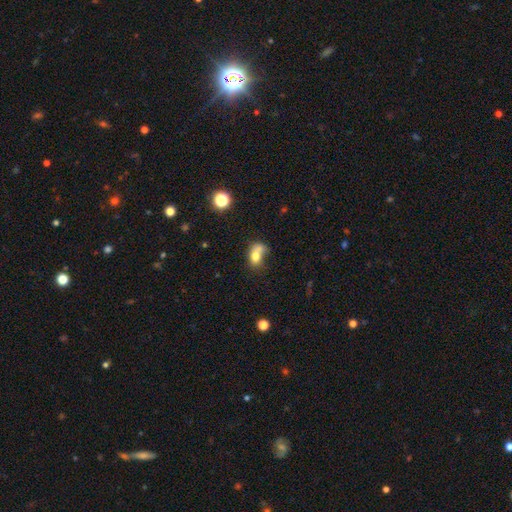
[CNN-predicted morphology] smooth 73%, featured or disk 16%, star or artifact 11%. Down the decision tree: how rounded — in between (70%); merging — merger (39%).